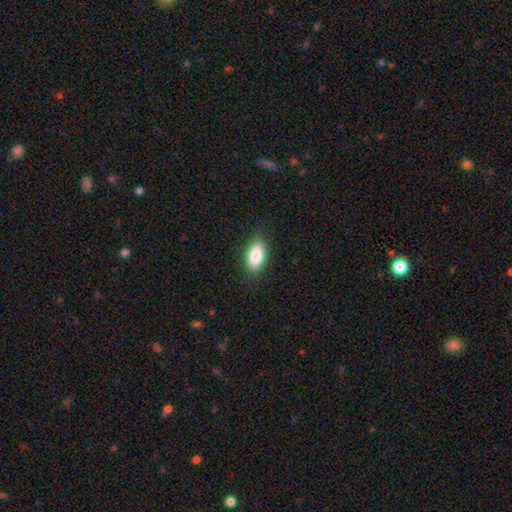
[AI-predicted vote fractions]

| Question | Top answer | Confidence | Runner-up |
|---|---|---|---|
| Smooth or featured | smooth | 85% | featured or disk (8%) |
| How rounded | in between | 91% | cigar-shaped (6%) |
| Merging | none | 87% | minor disturbance (10%) |